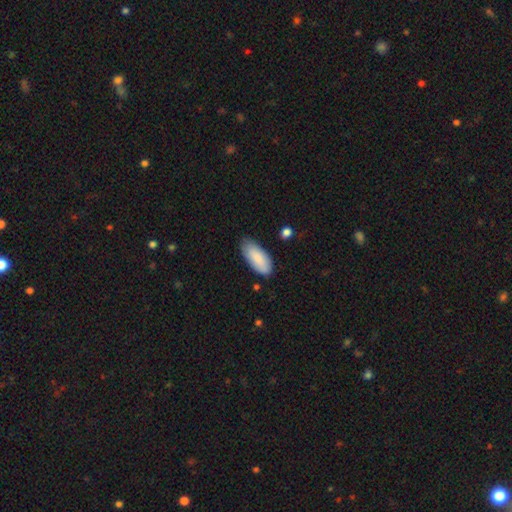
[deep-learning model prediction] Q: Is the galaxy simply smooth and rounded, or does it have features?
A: smooth — 87%.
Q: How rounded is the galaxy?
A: in between — 86%.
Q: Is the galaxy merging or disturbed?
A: none — 76%.